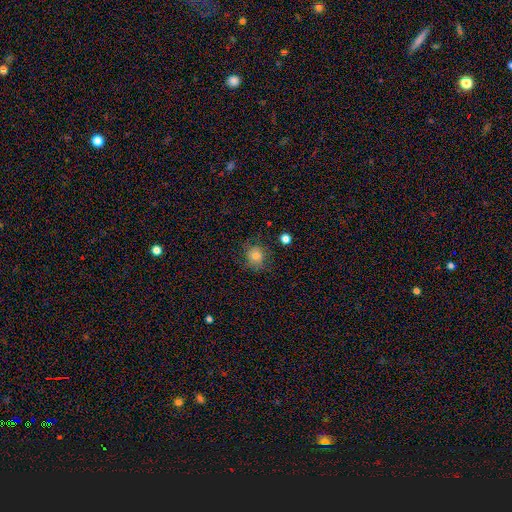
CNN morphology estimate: smooth 68%, featured or disk 19%, star or artifact 13%. Down the decision tree: how rounded — round (80%); merging — none (70%).